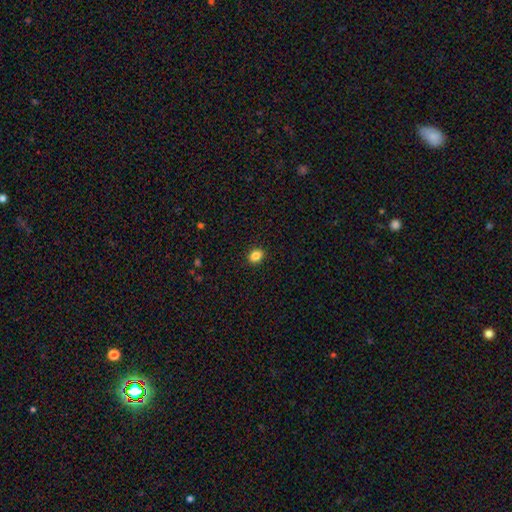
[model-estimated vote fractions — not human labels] smooth_or_featured: smooth (p=0.85) [alt: star or artifact p=0.11]
how_rounded: round (p=0.52) [alt: in between p=0.47]
merging: none (p=0.91) [alt: minor disturbance p=0.06]